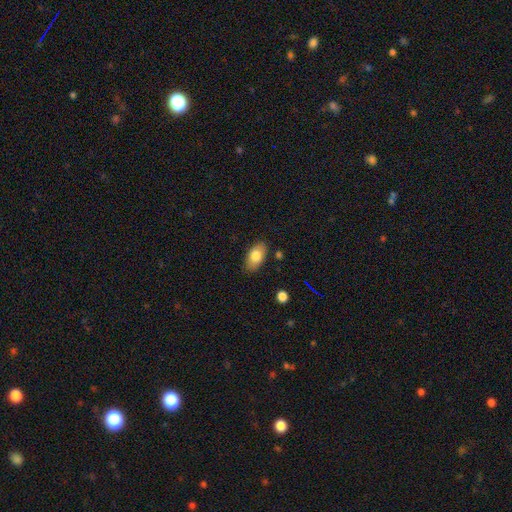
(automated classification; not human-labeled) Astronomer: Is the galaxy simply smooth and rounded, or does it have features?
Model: smooth — 79%.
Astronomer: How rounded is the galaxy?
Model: in between — 93%.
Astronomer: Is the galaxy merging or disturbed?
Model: none — 84%.